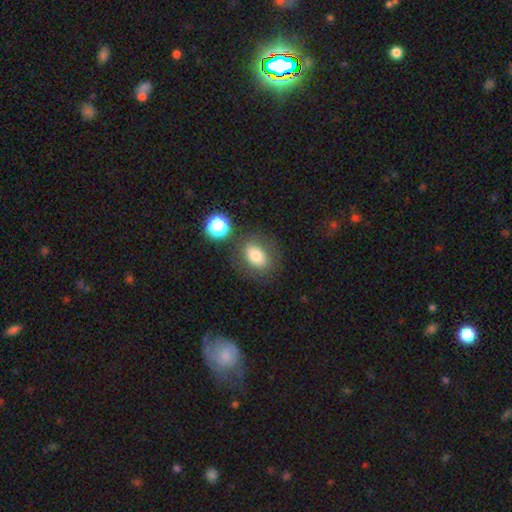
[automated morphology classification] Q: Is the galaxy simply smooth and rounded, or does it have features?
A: smooth — 76%.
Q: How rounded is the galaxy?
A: in between — 70%.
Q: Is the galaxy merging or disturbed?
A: none — 76%.